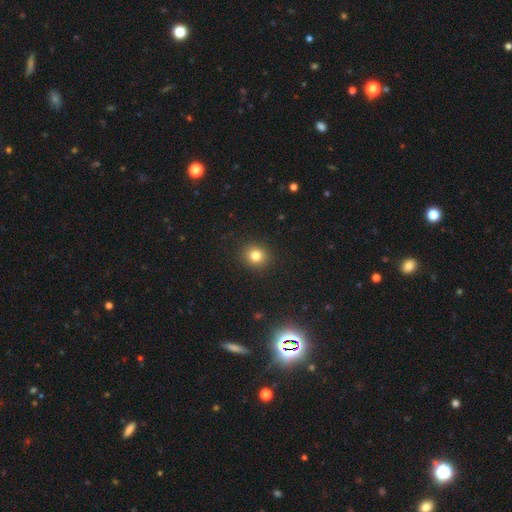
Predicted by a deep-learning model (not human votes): Smooth or featured? Predicted: smooth (p=0.81). How rounded? Predicted: round (p=0.81). Merging? Predicted: none (p=0.91).